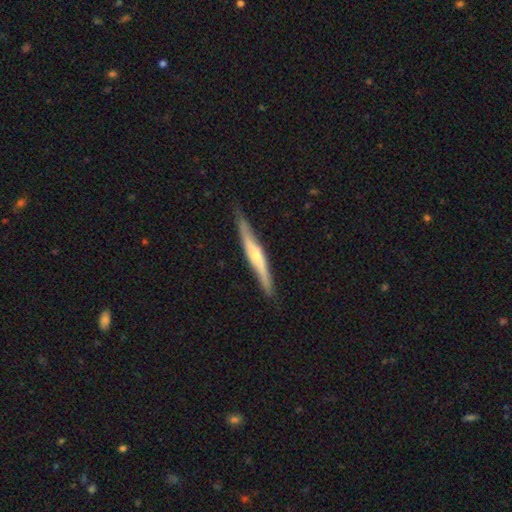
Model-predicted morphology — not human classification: Smooth or featured?
  - featured or disk: 62% *
  - smooth: 32%
  - star or artifact: 5%
Edge-on disk?
  - yes: 92% *
  - no: 8%
Edge-on bulge?
  - rounded: 70% *
  - none: 21%
  - boxy: 9%
Merging?
  - none: 82% *
  - minor disturbance: 14%
  - major disturbance: 2%
  - merger: 1%